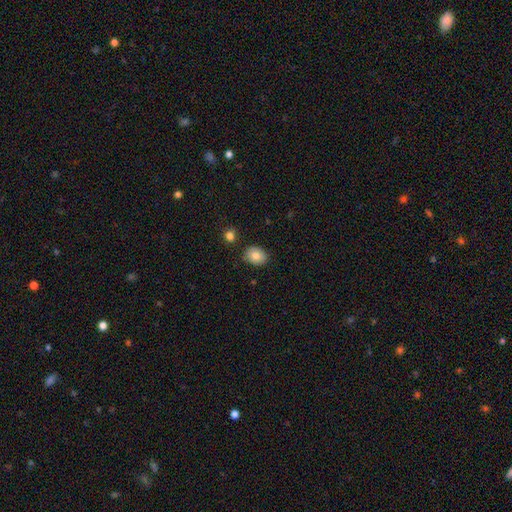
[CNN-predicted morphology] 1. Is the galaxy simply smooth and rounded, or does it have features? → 80% smooth, 11% featured or disk, 9% star or artifact.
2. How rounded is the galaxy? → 52% in between, 47% round, 1% cigar-shaped.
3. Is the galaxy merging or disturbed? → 82% none, 13% minor disturbance, 3% merger, 2% major disturbance.